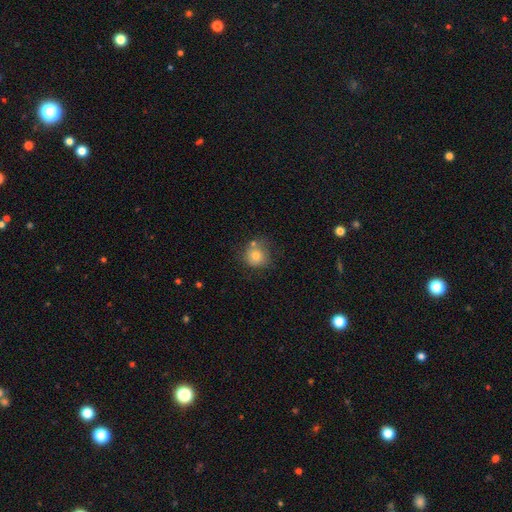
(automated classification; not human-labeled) smooth 76%, featured or disk 13%, star or artifact 11%. Down the decision tree: how rounded — round (87%); merging — none (60%).